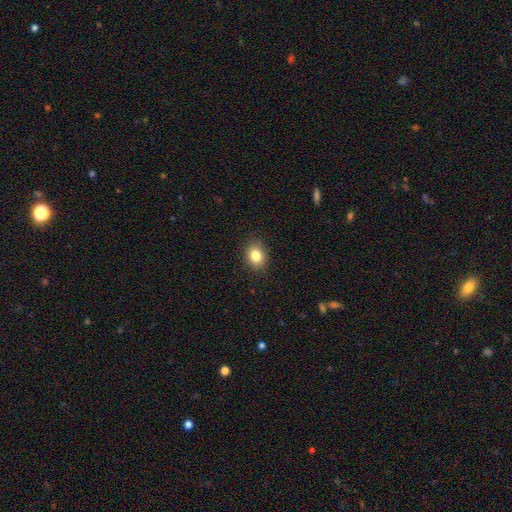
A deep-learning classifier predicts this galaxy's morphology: Smooth or featured? Predicted: smooth (p=0.83). How rounded? Predicted: in between (p=0.56). Merging? Predicted: none (p=0.87).